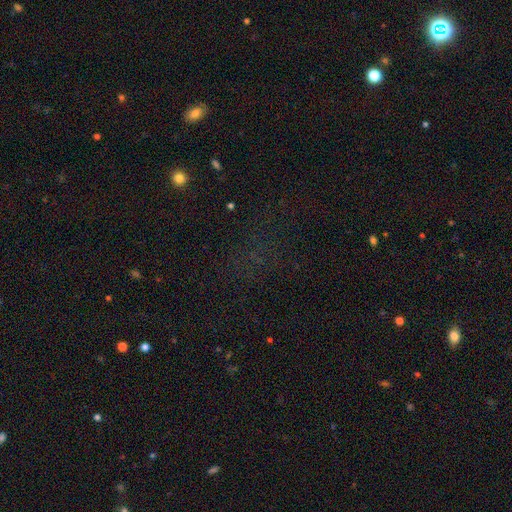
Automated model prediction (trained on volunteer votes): smooth-or-featured: star or artifact: 61% | smooth: 26% | featured or disk: 12%